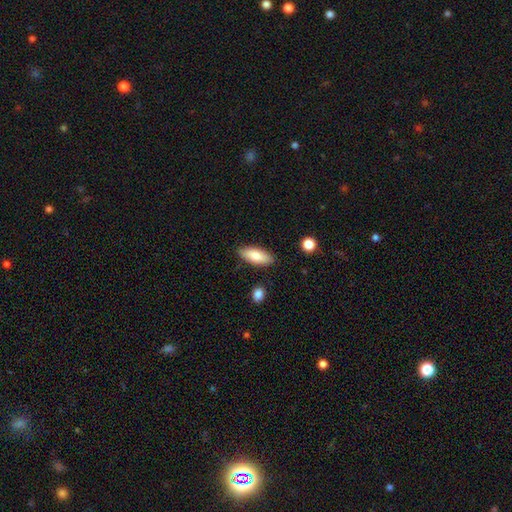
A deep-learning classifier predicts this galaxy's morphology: A smooth galaxy with no disk features (80%) that is in between round and cigar-shaped (78%). Merging: none (86%).